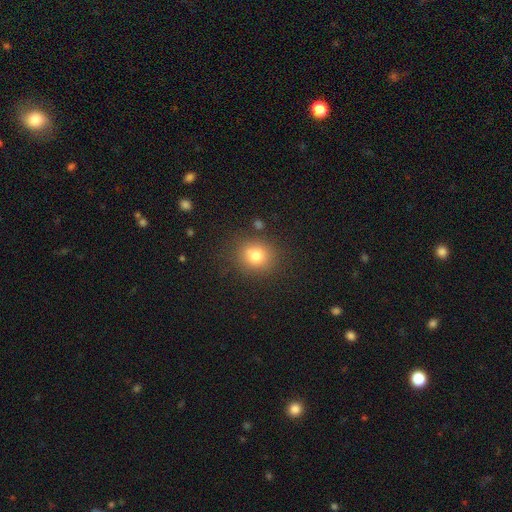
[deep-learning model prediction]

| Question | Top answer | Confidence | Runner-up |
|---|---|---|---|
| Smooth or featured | smooth | 77% | star or artifact (13%) |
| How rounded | round | 78% | in between (21%) |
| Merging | none | 78% | minor disturbance (12%) |